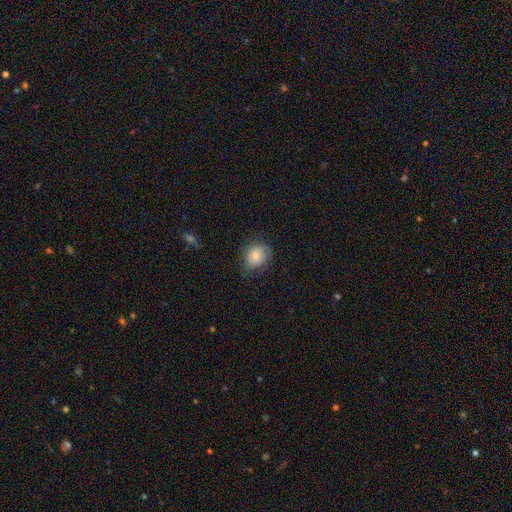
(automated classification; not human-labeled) Q: Smooth or featured?
A: smooth (77%); runner-up: featured or disk (15%)
Q: How rounded?
A: round (64%); runner-up: in between (35%)
Q: Merging?
A: none (70%); runner-up: minor disturbance (22%)